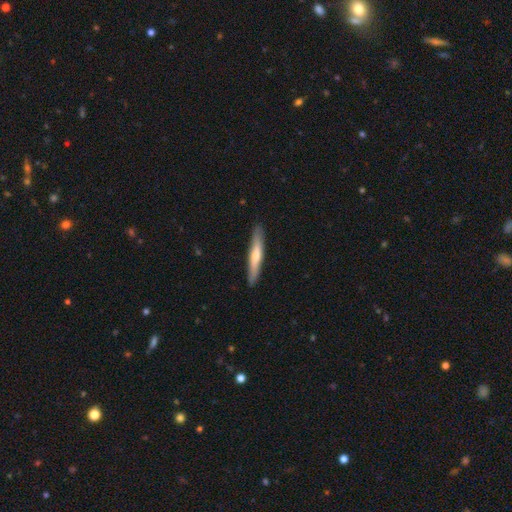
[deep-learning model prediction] Smooth or featured: smooth — 50% (featured or disk — 45%)
Merging: none — 90% (minor disturbance — 7%)